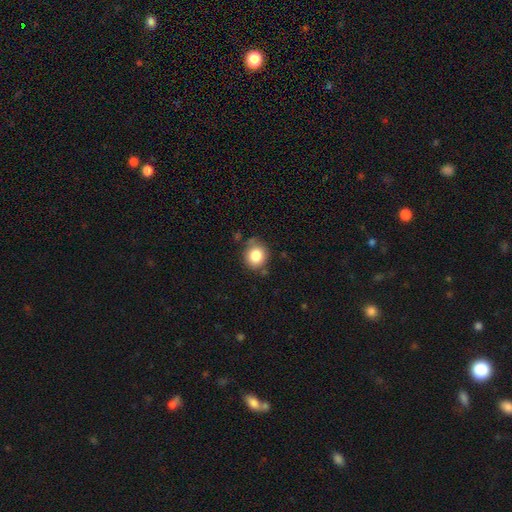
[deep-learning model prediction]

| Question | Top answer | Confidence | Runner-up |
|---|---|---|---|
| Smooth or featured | smooth | 84% | star or artifact (10%) |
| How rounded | round | 84% | in between (15%) |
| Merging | none | 78% | minor disturbance (15%) |